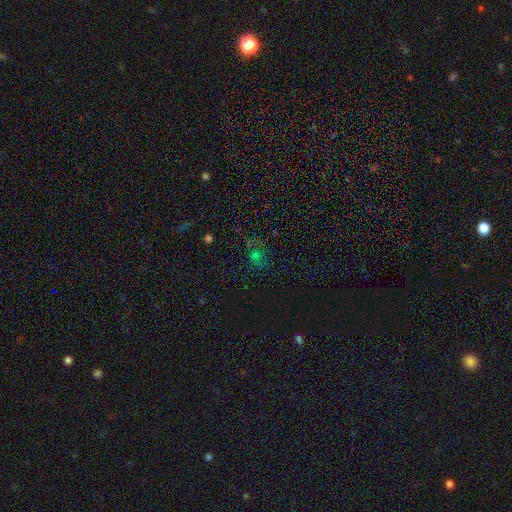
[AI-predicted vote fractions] Morphology: type=star or artifact (47%).